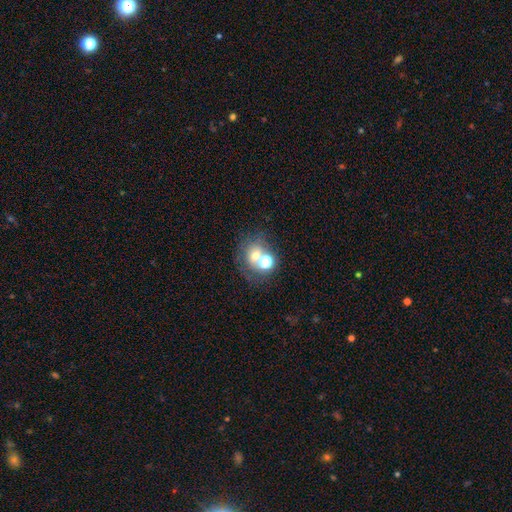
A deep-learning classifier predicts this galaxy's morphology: Overall: smooth (57%; star or artifact 22%). How rounded: round (71%). Merging: none (44%; merger 40%).